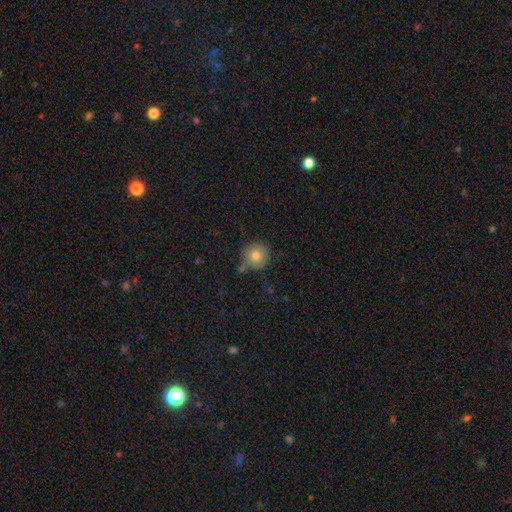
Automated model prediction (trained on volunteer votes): Smooth or featured? smooth (79%)
How rounded? round (94%)
Merging? none (75%)